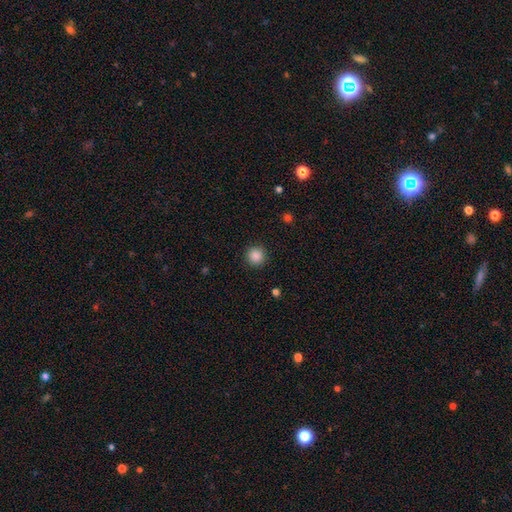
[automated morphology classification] Q: Smooth or featured?
A: smooth (87%); runner-up: star or artifact (10%)
Q: How rounded?
A: round (95%); runner-up: in between (4%)
Q: Merging?
A: none (92%); runner-up: minor disturbance (5%)